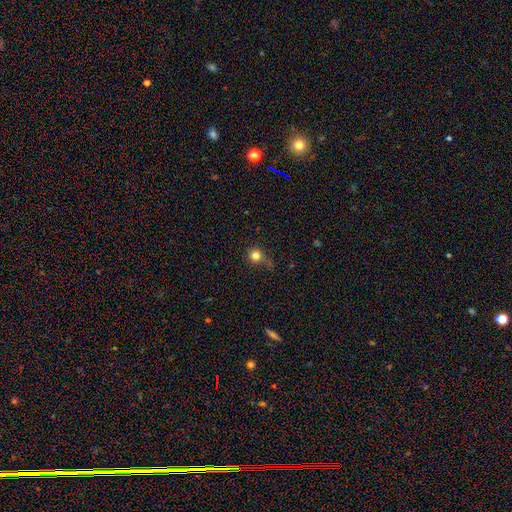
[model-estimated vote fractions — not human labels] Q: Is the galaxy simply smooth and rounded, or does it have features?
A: smooth — 79%.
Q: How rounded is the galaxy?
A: round — 91%.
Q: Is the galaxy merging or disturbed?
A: none — 60%.